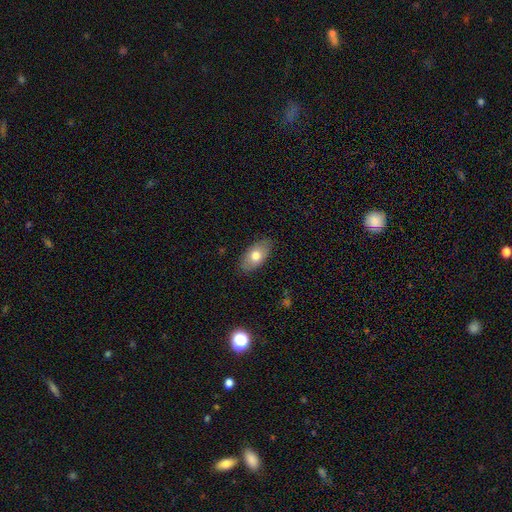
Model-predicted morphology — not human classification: This appears to be a smooth galaxy with no disk features (74%) that is in between round and cigar-shaped (93%). Merging: none (86%).